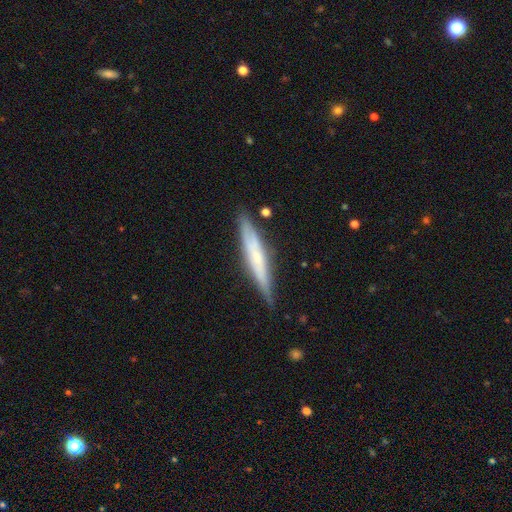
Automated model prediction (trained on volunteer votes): A featured or disk galaxy (50%) viewed edge-on (92%).

Vote fractions:
- Smooth or featured? featured or disk: 50% / smooth: 43% / star or artifact: 7%
- Edge-on disk? yes: 92% / no: 8%
- Merging? none: 81% / minor disturbance: 15% / major disturbance: 3% / merger: 2%